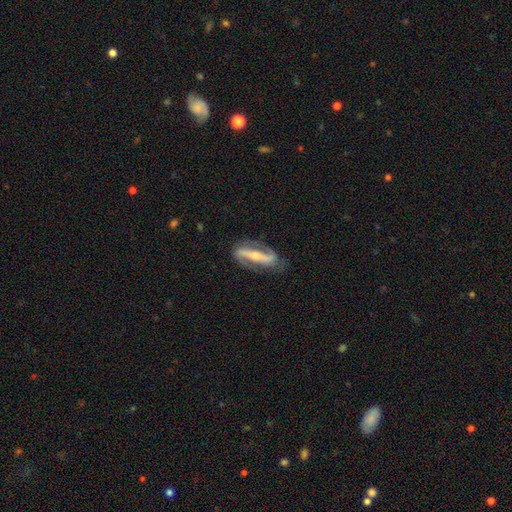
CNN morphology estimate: featured or disk 86%, smooth 9%, star or artifact 5%. Down the decision tree: edge-on disk — no (86%); bar — strong (68%); spiral arms — yes (92%); spiral arm count — 2 (90%); spiral winding — medium (40%); bulge size — small (52%); merging — none (78%).